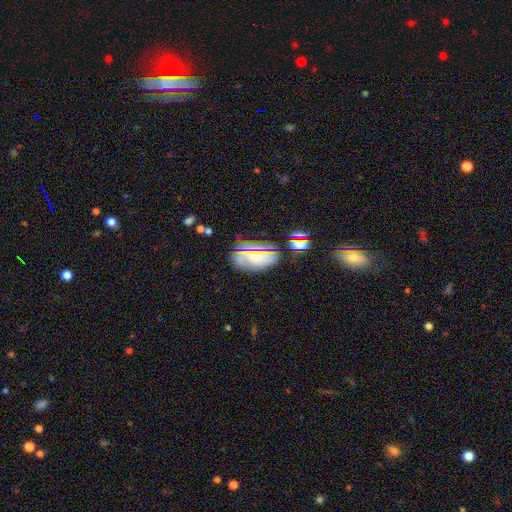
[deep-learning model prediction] Q: Smooth or featured?
A: smooth (51%); runner-up: featured or disk (29%)
Q: How rounded?
A: in between (86%); runner-up: round (10%)
Q: Merging?
A: none (68%); runner-up: minor disturbance (20%)